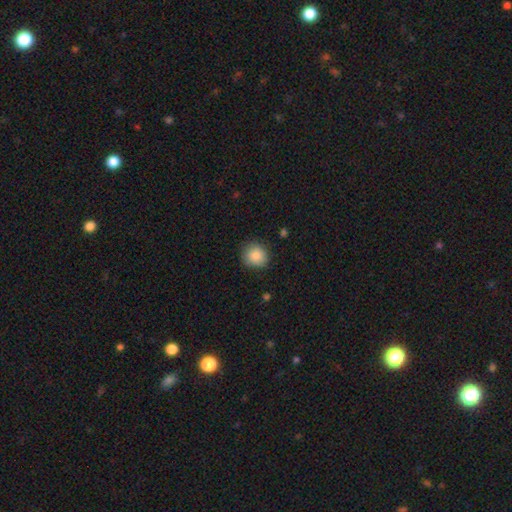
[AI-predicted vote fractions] This appears to be a smooth galaxy with no disk features (87%) that is round (86%). Merging: none (83%).